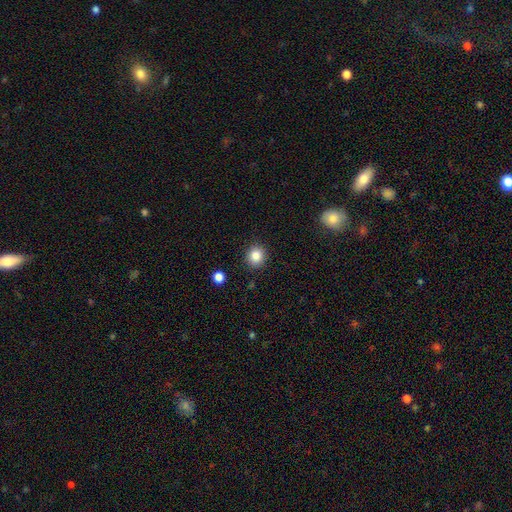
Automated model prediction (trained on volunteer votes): Smooth or featured? smooth (84%)
How rounded? round (86%)
Merging? none (90%)